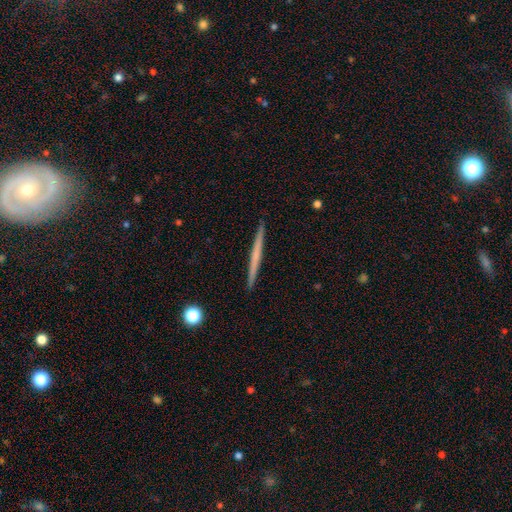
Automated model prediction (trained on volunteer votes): This is possibly a featured or disk galaxy (50%). Merging: clearly none (93%).